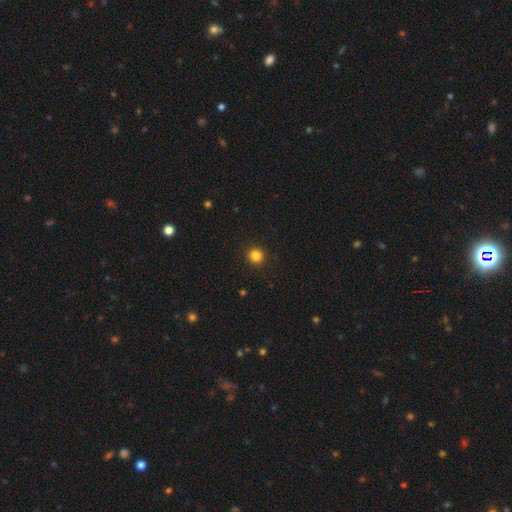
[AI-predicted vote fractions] smooth 84%, star or artifact 12%, featured or disk 4%. Down the decision tree: how rounded — round (94%); merging — none (93%).